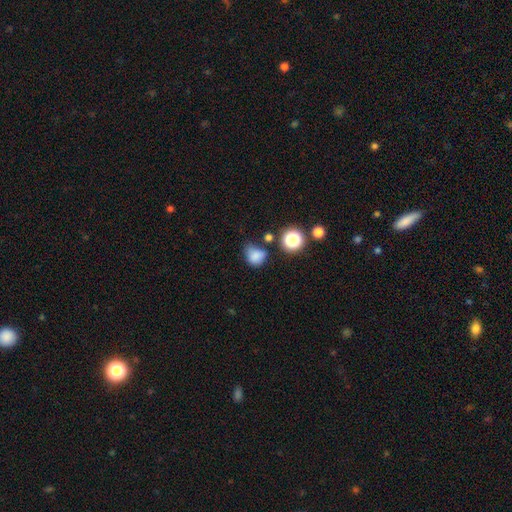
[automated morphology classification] type=smooth (78%); roundness=round (56%); merging=none (42%).